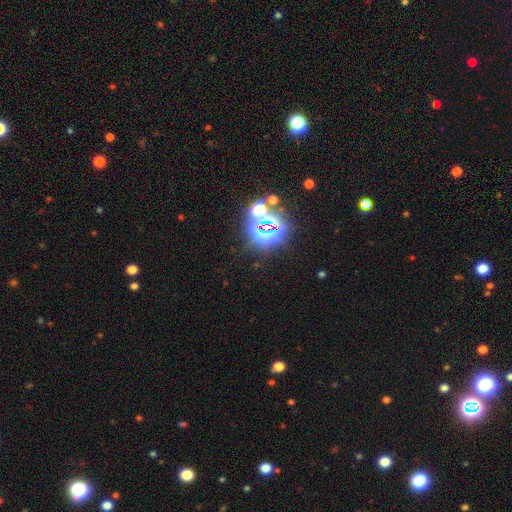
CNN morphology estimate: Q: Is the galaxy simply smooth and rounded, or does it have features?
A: star or artifact — 81%.